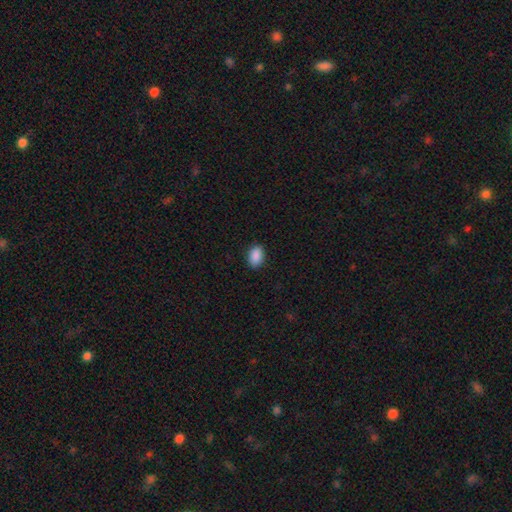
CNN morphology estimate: type=smooth (90%); roundness=in between (87%); merging=none (88%).